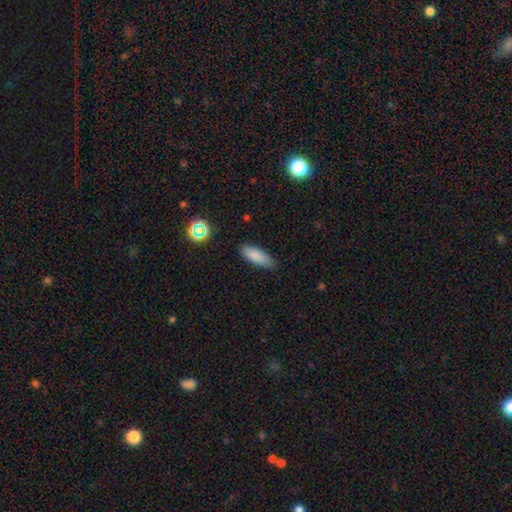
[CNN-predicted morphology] Smooth or featured? smooth (85%)
How rounded? in between (65%)
Merging? none (80%)